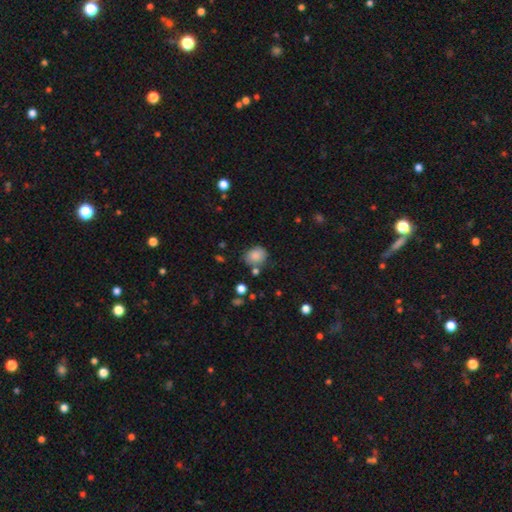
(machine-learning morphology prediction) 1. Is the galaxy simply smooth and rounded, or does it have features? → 85% smooth, 9% star or artifact, 6% featured or disk.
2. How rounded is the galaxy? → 51% round, 48% in between, 1% cigar-shaped.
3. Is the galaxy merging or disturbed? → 70% none, 18% minor disturbance, 7% merger, 5% major disturbance.